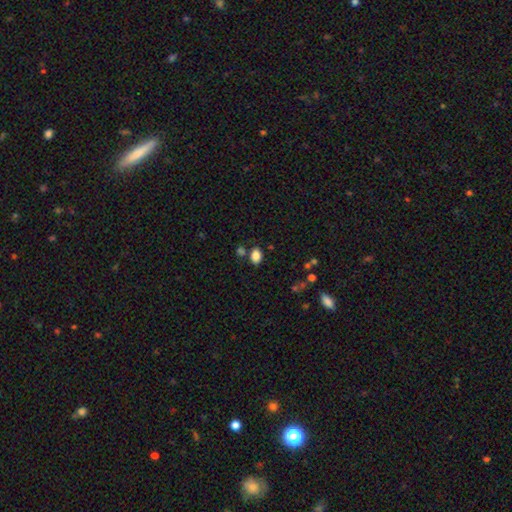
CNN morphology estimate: smooth_or_featured: smooth (p=0.85) [alt: star or artifact p=0.10]
how_rounded: in between (p=0.80) [alt: round p=0.19]
merging: none (p=0.74) [alt: minor disturbance p=0.12]